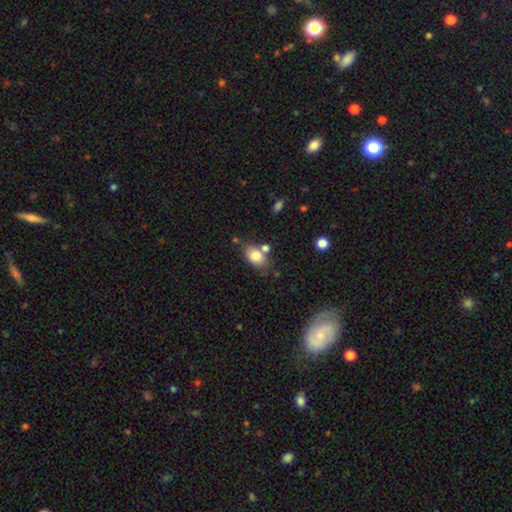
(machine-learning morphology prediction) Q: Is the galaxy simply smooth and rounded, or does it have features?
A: smooth — 81%.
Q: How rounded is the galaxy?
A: in between — 82%.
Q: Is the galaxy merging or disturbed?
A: none — 61%.